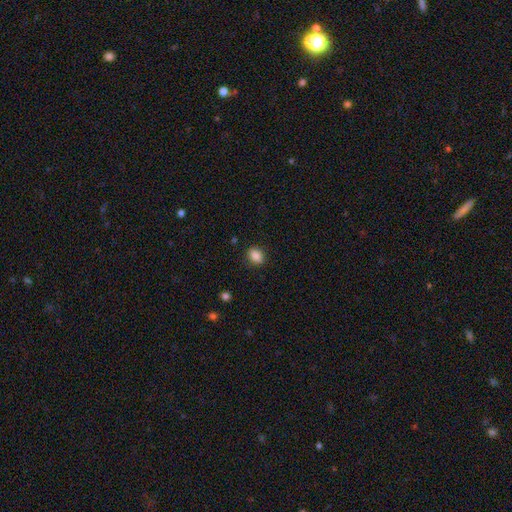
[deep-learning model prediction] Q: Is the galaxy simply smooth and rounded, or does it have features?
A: smooth — 87%.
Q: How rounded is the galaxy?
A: in between — 63%.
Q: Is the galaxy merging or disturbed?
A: none — 87%.